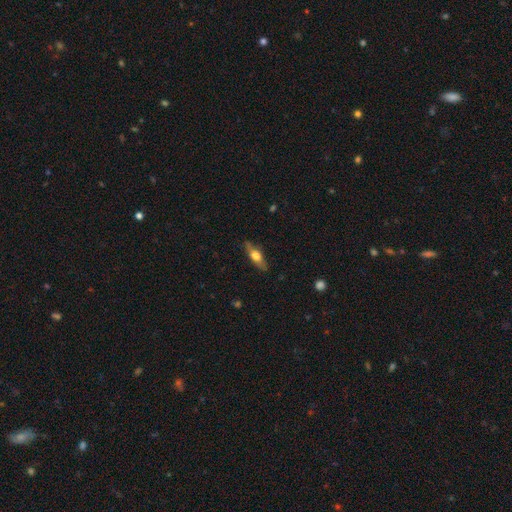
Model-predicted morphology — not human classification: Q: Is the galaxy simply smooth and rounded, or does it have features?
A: featured or disk — 50%.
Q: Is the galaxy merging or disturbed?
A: none — 83%.